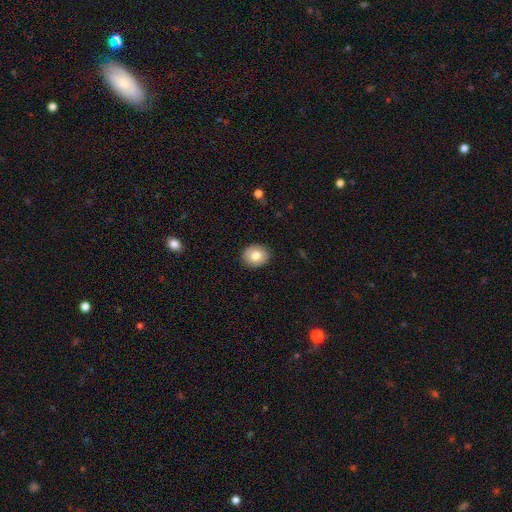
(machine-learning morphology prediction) smooth_or_featured: smooth (p=0.79) [alt: featured or disk p=0.12]
how_rounded: round (p=0.71) [alt: in between p=0.28]
merging: none (p=0.91) [alt: minor disturbance p=0.07]